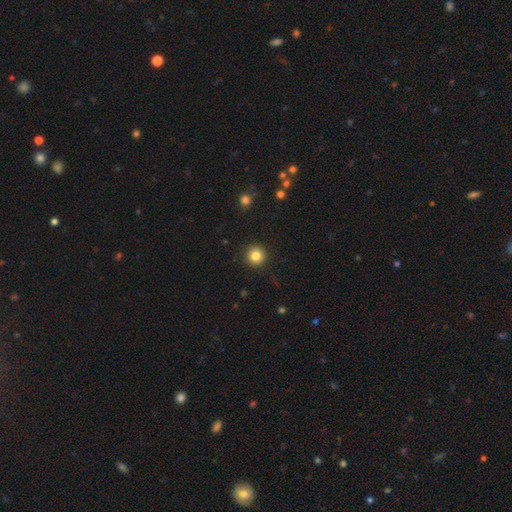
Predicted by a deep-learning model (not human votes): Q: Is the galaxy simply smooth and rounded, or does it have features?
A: smooth — 83%.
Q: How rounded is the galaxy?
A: round — 95%.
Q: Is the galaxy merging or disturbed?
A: none — 92%.